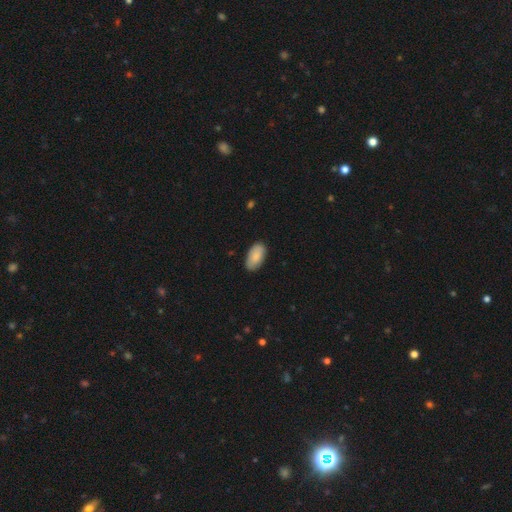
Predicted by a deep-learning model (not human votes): smooth-or-featured: smooth: 88% | featured or disk: 7% | star or artifact: 6%
  how-rounded: in between: 95% | round: 2% | cigar-shaped: 2%
  merging: none: 86% | minor disturbance: 11% | major disturbance: 2% | merger: 1%